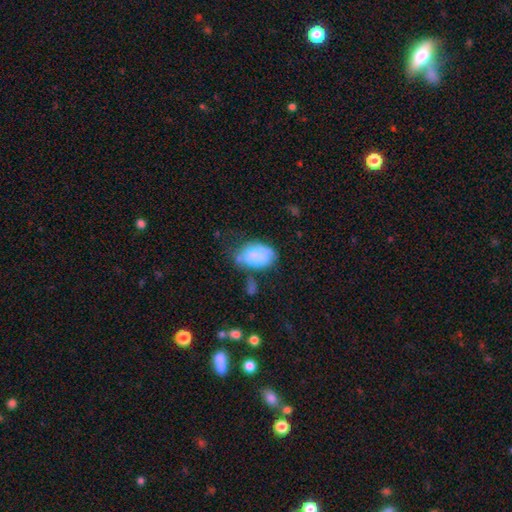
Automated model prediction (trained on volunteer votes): A smooth galaxy with no disk features (70%) that is in between round and cigar-shaped (87%). Merging: none (35%).